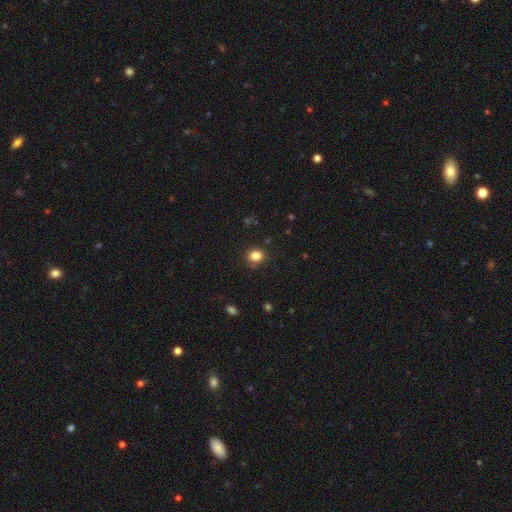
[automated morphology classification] Smooth or featured: smooth — 84% (star or artifact — 11%)
How rounded: round — 56% (in between — 44%)
Merging: none — 85% (minor disturbance — 10%)